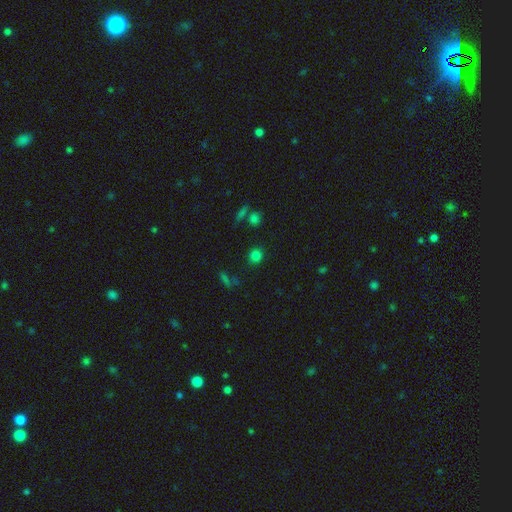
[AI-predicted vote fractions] This appears to be a smooth galaxy with no disk features (80%) that is round (84%). Merging: none (83%).